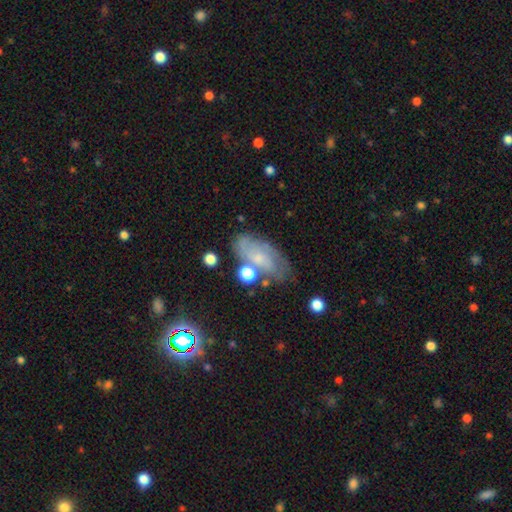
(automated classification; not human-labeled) A featured or disk galaxy (56%) with no bar (69%), spiral arms (79%) and a small central bulge (65%).

Vote fractions:
- Smooth or featured? featured or disk: 56% / smooth: 34% / star or artifact: 10%
- Edge-on disk? no: 92% / yes: 8%
- Bar? no: 69% / weak: 26% / strong: 5%
- Spiral arms? yes: 79% / no: 21%
- Bulge size? small: 65% / moderate: 20% / none: 12% / large: 2% / dominant: 1%
- Merging? none: 59% / minor disturbance: 23% / major disturbance: 10% / merger: 9%